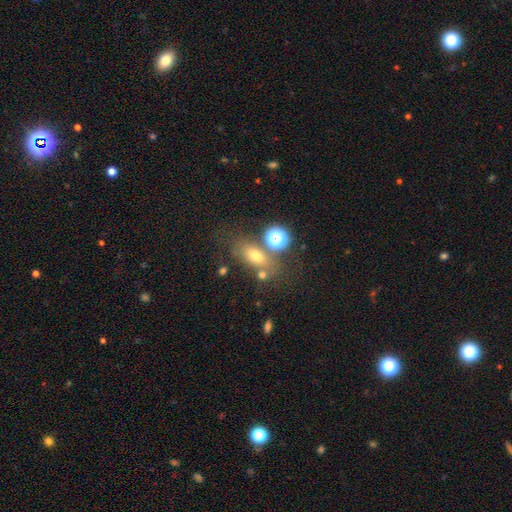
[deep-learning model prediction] Morphology: type=smooth (64%); roundness=in between (68%); merging=none (59%).